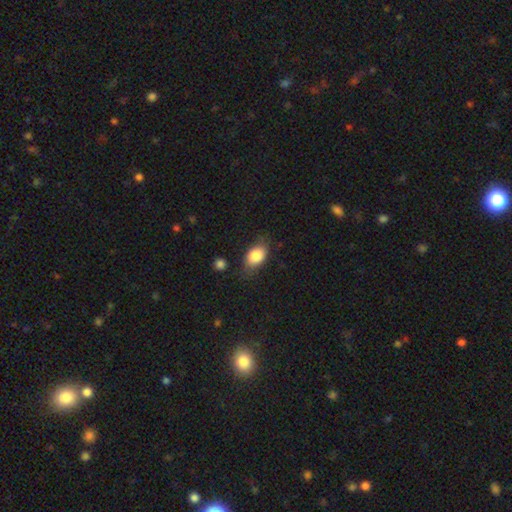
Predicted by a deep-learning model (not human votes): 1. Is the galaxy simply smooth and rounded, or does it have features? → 84% smooth, 9% featured or disk, 7% star or artifact.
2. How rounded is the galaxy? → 84% in between, 13% round, 2% cigar-shaped.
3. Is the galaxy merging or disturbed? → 72% none, 20% minor disturbance, 5% major disturbance, 2% merger.